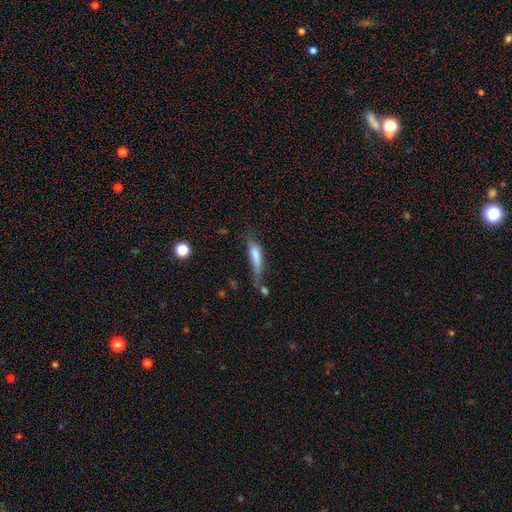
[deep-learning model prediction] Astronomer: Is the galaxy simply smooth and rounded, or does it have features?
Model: smooth — 72%.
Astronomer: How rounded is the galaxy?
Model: cigar-shaped — 65%.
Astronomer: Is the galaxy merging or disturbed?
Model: minor disturbance — 32% (runner-up: none, 31%).